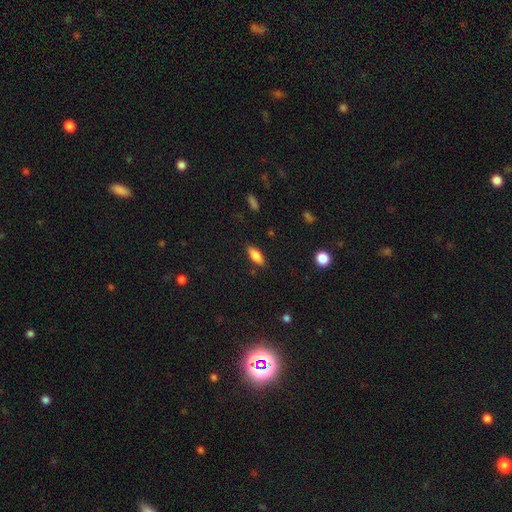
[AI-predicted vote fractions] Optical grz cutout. It shows a smooth galaxy with no disk features (78%) that is in between round and cigar-shaped (73%). Merging: none (84%).